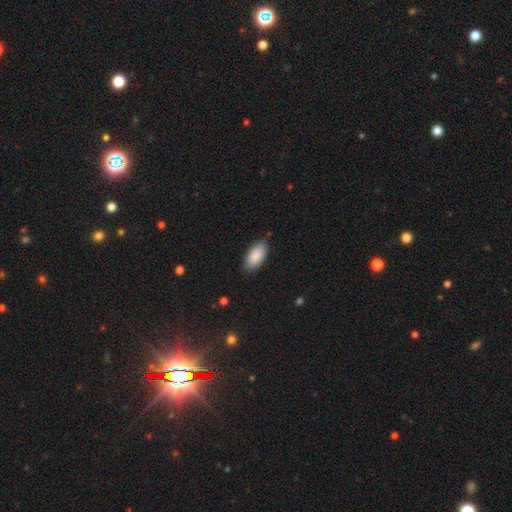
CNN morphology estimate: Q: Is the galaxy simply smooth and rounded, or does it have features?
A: smooth — 89%.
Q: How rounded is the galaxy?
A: in between — 93%.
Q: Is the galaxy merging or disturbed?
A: none — 85%.